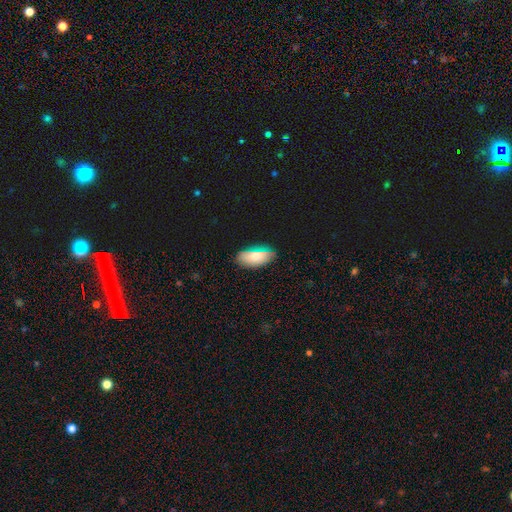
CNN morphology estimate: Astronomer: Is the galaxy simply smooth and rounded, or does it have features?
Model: smooth — 68%.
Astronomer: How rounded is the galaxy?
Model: in between — 89%.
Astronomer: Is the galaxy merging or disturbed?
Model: none — 80%.